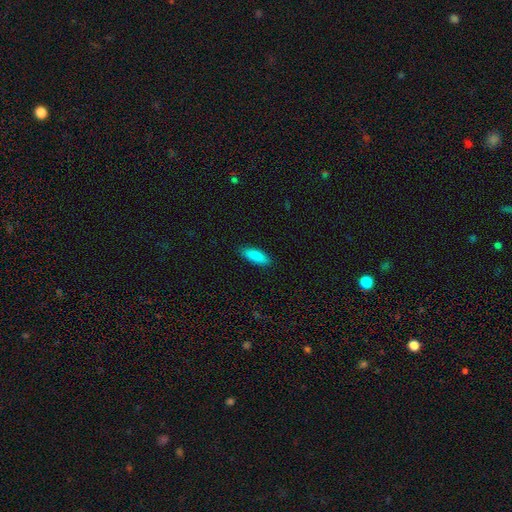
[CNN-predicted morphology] A smooth galaxy with no disk features (89%) that is in between round and cigar-shaped (69%).

Vote fractions:
- Smooth or featured? smooth: 89% / star or artifact: 7% / featured or disk: 4%
- How rounded? in between: 69% / cigar-shaped: 30% / round: 2%
- Merging? none: 88% / minor disturbance: 10% / major disturbance: 2% / merger: 1%